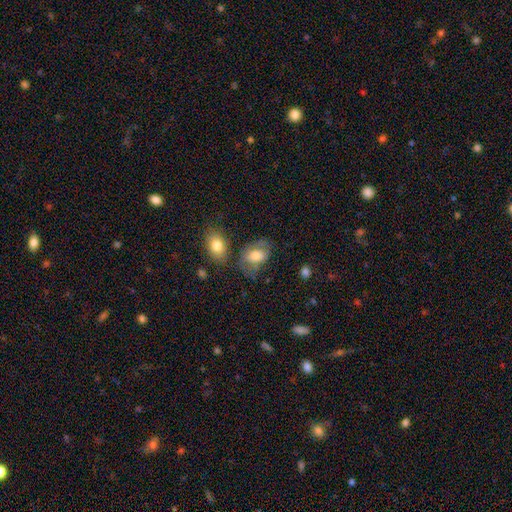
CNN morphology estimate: Smooth or featured? smooth (66%)
How rounded? in between (83%)
Merging? none (50%)